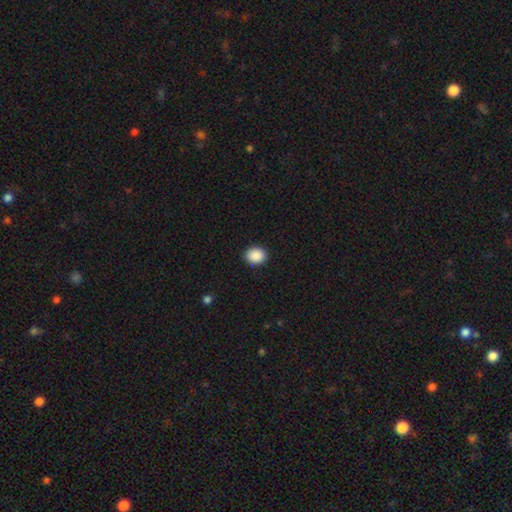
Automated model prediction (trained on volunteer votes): Overall: smooth (89%). How rounded: round (58%; in between 41%). Merging: none (90%).